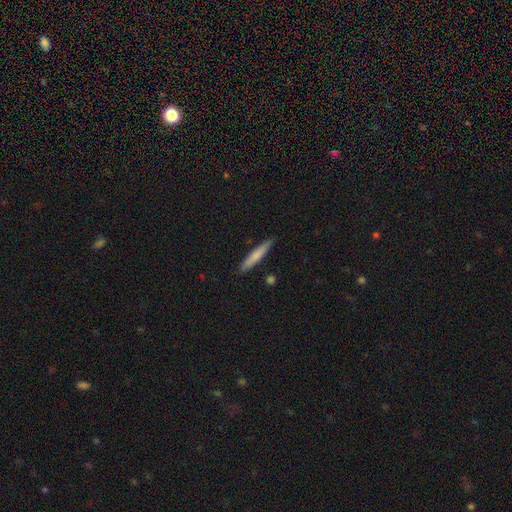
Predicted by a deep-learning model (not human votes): Q: Smooth or featured?
A: smooth (72%); runner-up: featured or disk (22%)
Q: How rounded?
A: cigar-shaped (93%); runner-up: in between (6%)
Q: Merging?
A: none (88%); runner-up: minor disturbance (9%)